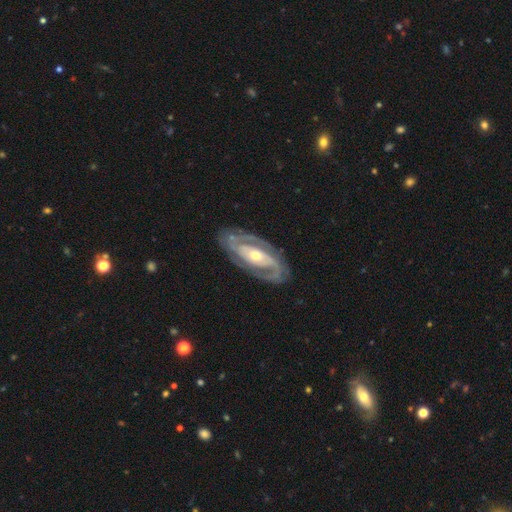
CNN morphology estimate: Smooth or featured?
  - featured or disk: 89% *
  - smooth: 7%
  - star or artifact: 4%
Edge-on disk?
  - no: 94% *
  - yes: 6%
Bar?
  - no: 51% *
  - weak: 27%
  - strong: 22%
Spiral arms?
  - yes: 94% *
  - no: 6%
Spiral winding?
  - tight: 52% *
  - medium: 39%
  - loose: 9%
Spiral arm count?
  - 2: 84% *
  - can't tell: 7%
  - 3: 4%
  - 1: 2%
  - 4: 2%
  - more than 4: 1%
Bulge size?
  - moderate: 57% *
  - small: 37%
  - large: 4%
  - dominant: 1%
  - none: 1%
Merging?
  - none: 81% *
  - minor disturbance: 13%
  - major disturbance: 5%
  - merger: 1%